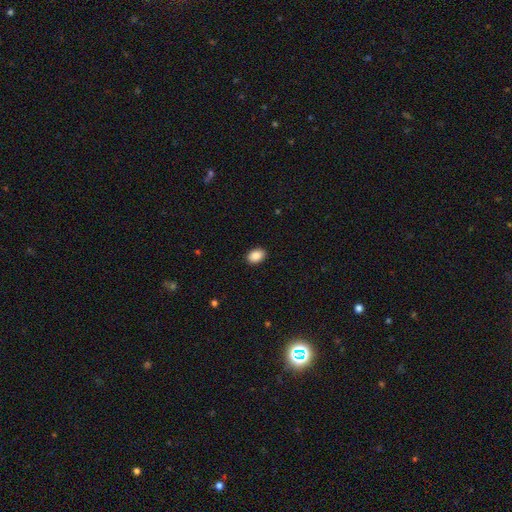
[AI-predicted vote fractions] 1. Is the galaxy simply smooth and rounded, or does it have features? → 89% smooth, 7% star or artifact, 3% featured or disk.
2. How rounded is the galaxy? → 85% in between, 14% round, 1% cigar-shaped.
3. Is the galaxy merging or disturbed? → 90% none, 7% minor disturbance, 2% major disturbance, 1% merger.